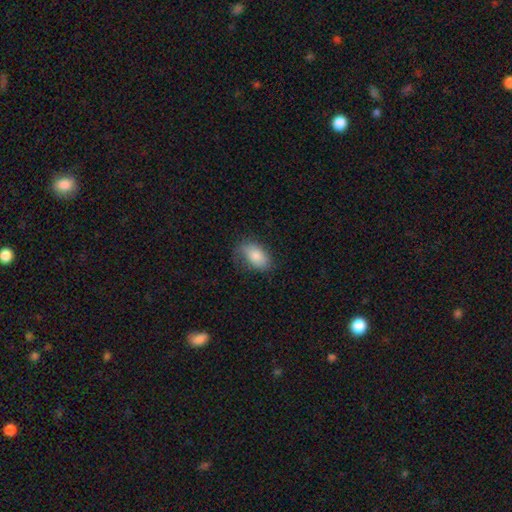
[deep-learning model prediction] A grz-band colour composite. It shows a smooth galaxy with no disk features (78%) that is in between round and cigar-shaped (91%). Merging: none (65%).